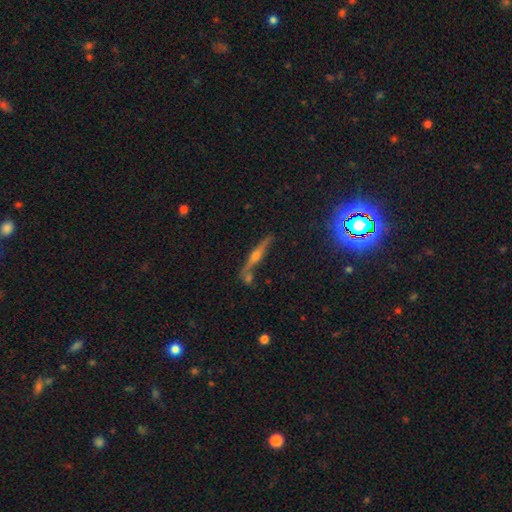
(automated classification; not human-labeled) smooth_or_featured: featured or disk (p=0.72) [alt: smooth p=0.17]
disk_edge_on: yes (p=0.96) [alt: no p=0.04]
edge_on_bulge: rounded (p=0.90) [alt: boxy p=0.05]
merging: none (p=0.75) [alt: merger p=0.11]